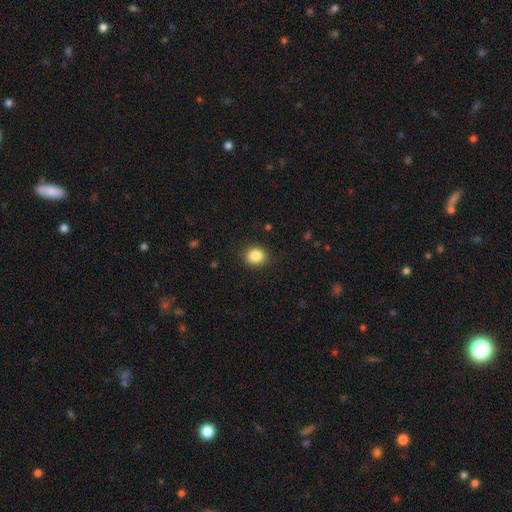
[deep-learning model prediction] A smooth galaxy with no disk features (86%) that is round (71%). Merging: none (87%).